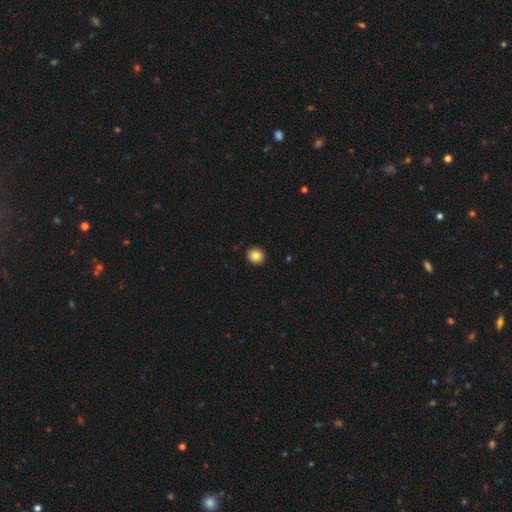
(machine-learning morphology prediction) This is clearly a smooth galaxy (84%). How rounded: clearly round (91%). Merging: clearly none (93%).